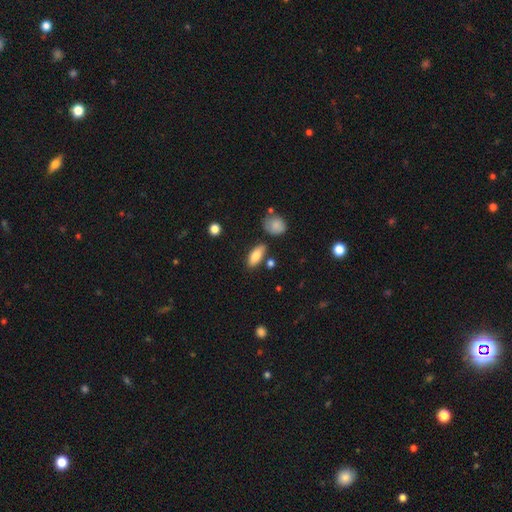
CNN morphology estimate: Smooth or featured? Predicted: smooth (p=0.82). How rounded? Predicted: in between (p=0.81). Merging? Predicted: none (p=0.75).